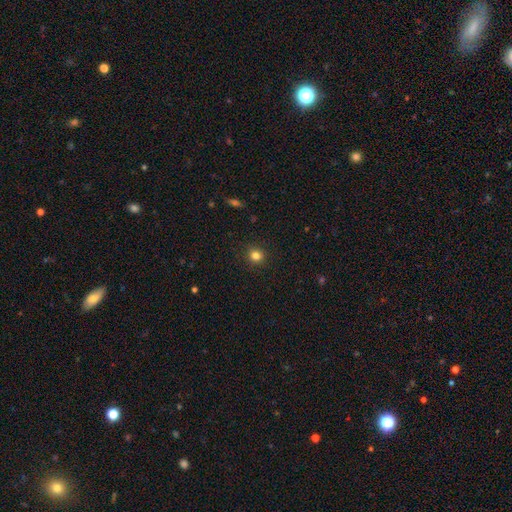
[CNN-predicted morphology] Smooth or featured?
  - smooth: 82% *
  - star or artifact: 13%
  - featured or disk: 5%
How rounded?
  - round: 90% *
  - in between: 9%
  - cigar-shaped: 1%
Merging?
  - none: 91% *
  - minor disturbance: 6%
  - major disturbance: 2%
  - merger: 1%